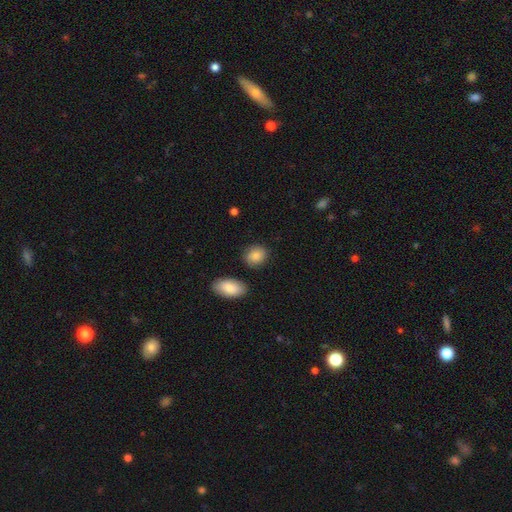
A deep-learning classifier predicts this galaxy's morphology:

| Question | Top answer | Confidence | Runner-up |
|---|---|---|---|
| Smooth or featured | smooth | 85% | featured or disk (8%) |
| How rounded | round | 59% | in between (40%) |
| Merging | none | 81% | minor disturbance (12%) |